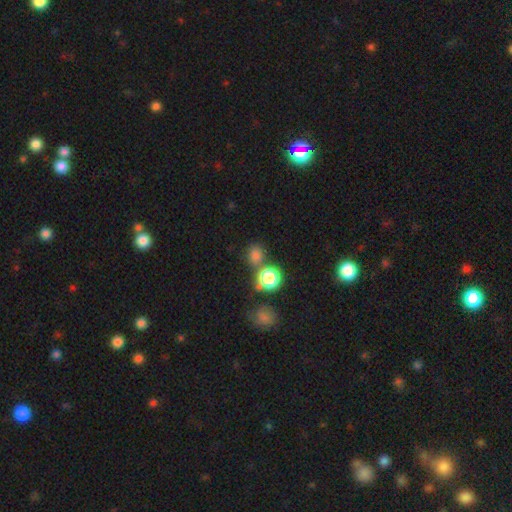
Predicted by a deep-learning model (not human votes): Smooth or featured? smooth (72%)
How rounded? round (76%)
Merging? none (66%)